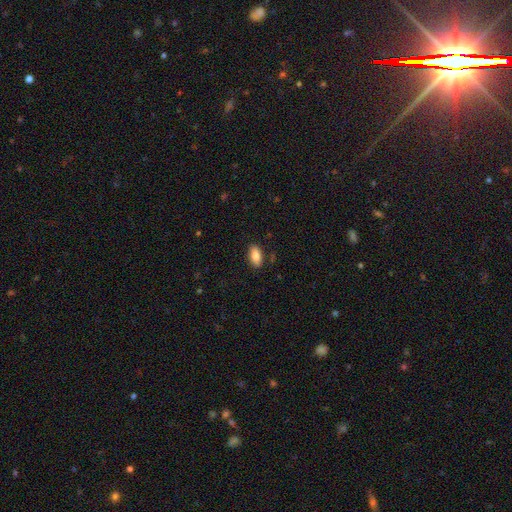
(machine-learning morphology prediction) smooth_or_featured: smooth (p=0.84) [alt: featured or disk p=0.09]
how_rounded: in between (p=0.91) [alt: cigar-shaped p=0.06]
merging: none (p=0.87) [alt: minor disturbance p=0.10]